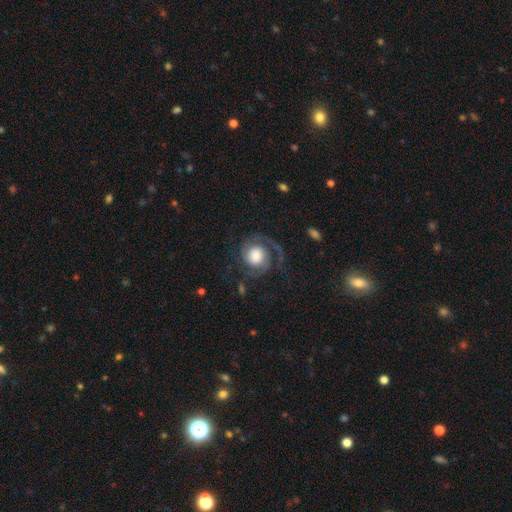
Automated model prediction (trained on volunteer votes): smooth-or-featured: featured or disk: 81% | smooth: 13% | star or artifact: 6%
  disk-edge-on: no: 98% | yes: 2%
    bar: no: 74% | weak: 22% | strong: 4%
    has-spiral-arms: yes: 96% | no: 4%
      spiral-winding: medium: 44% | tight: 37% | loose: 19%
      spiral-arm-count: 2: 79% | 1: 8% | can't tell: 5% | 3: 4% | 4: 2% | more than 4: 2%
    bulge-size: large: 52% | moderate: 25% | dominant: 13% | small: 7% | none: 3%
  merging: none: 69% | major disturbance: 15% | minor disturbance: 14% | merger: 2%